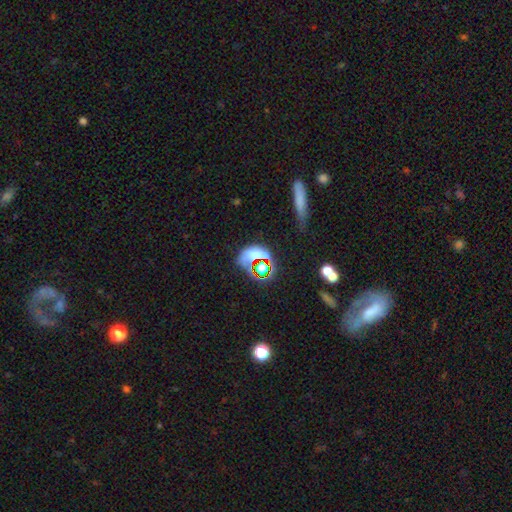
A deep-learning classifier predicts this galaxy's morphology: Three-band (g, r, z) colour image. It shows a smooth galaxy with no disk features (45%). Merging: none (51%).